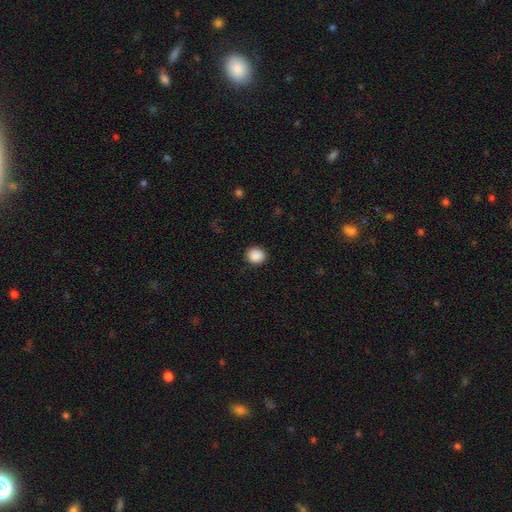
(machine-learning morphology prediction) smooth 89%, star or artifact 8%, featured or disk 2%. Down the decision tree: how rounded — round (74%); merging — none (89%).